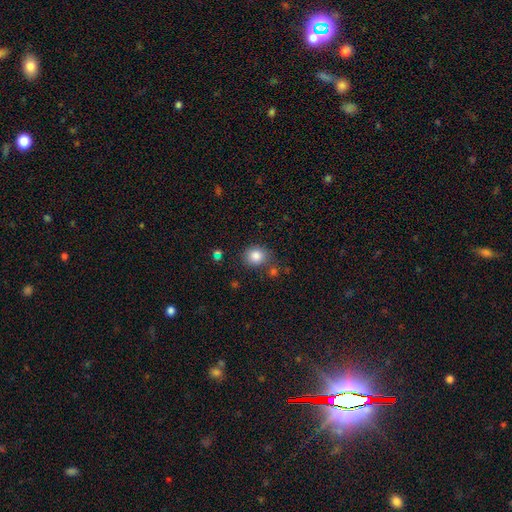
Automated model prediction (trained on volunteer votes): This is clearly a smooth galaxy (84%). How rounded: likely round (75%). Merging: likely none (75%).